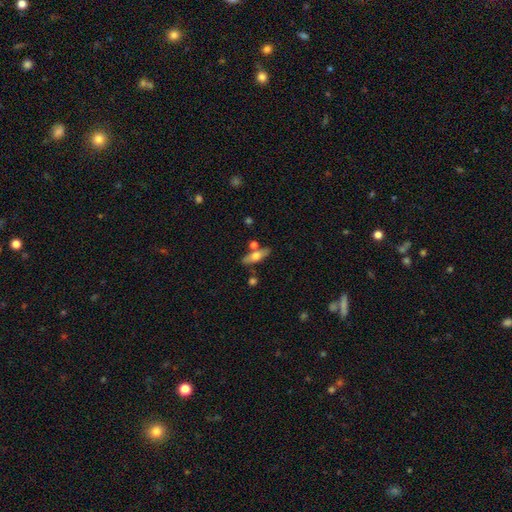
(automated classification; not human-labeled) Smooth or featured?
  - smooth: 51% *
  - featured or disk: 43%
  - star or artifact: 7%
How rounded?
  - cigar-shaped: 51% *
  - in between: 45%
  - round: 4%
Merging?
  - none: 73% *
  - minor disturbance: 12%
  - merger: 12%
  - major disturbance: 3%